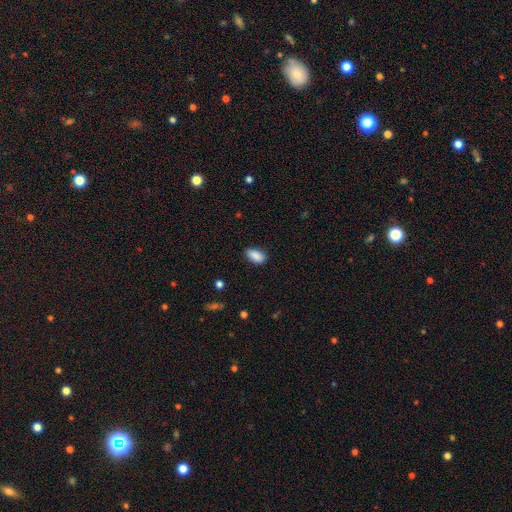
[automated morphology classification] smooth 88%, star or artifact 8%, featured or disk 4%. Down the decision tree: how rounded — in between (92%); merging — none (82%).